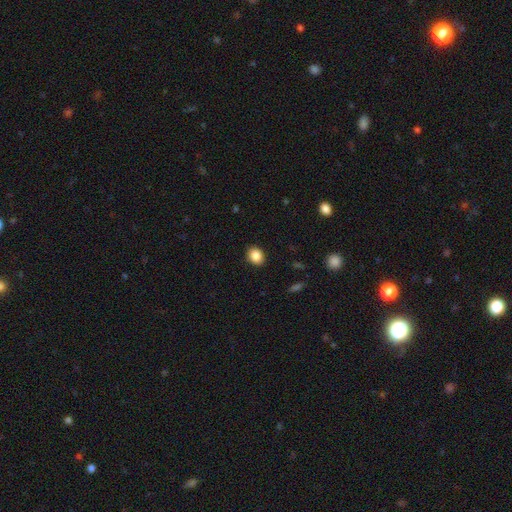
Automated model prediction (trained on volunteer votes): smooth 86%, star or artifact 9%, featured or disk 5%. Down the decision tree: how rounded — round (57%); merging — none (91%).